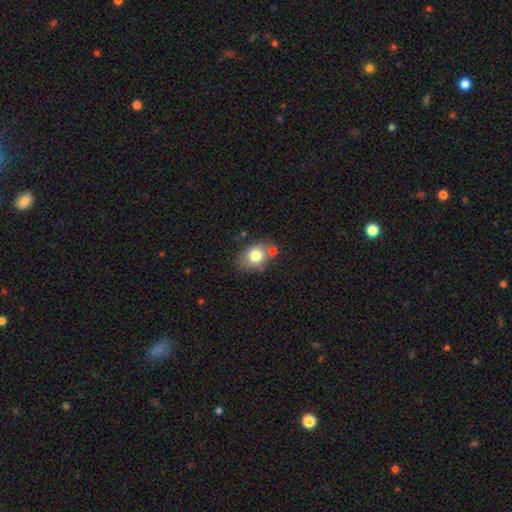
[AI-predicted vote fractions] Morphology: type=smooth (78%); roundness=in between (54%); merging=none (60%).